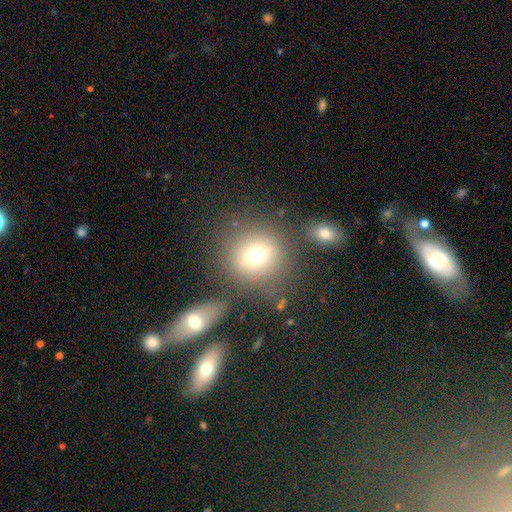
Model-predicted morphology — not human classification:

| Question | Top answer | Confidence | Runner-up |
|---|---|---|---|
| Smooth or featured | smooth | 68% | featured or disk (19%) |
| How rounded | round | 79% | in between (20%) |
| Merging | none | 71% | minor disturbance (12%) |